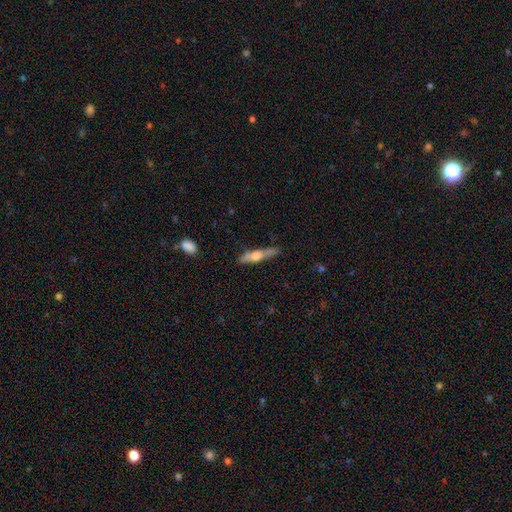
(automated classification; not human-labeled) smooth 48%, featured or disk 46%, star or artifact 6%. Down the decision tree: merging — none (76%).